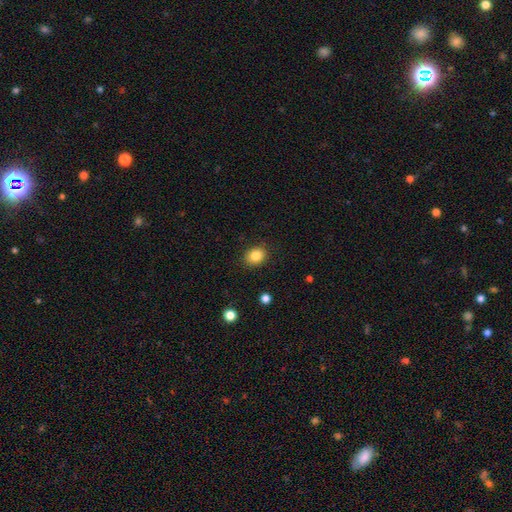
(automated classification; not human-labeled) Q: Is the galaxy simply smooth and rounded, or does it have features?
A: smooth — 84%.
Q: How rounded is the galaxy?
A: round — 51%.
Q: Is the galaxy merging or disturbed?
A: none — 88%.